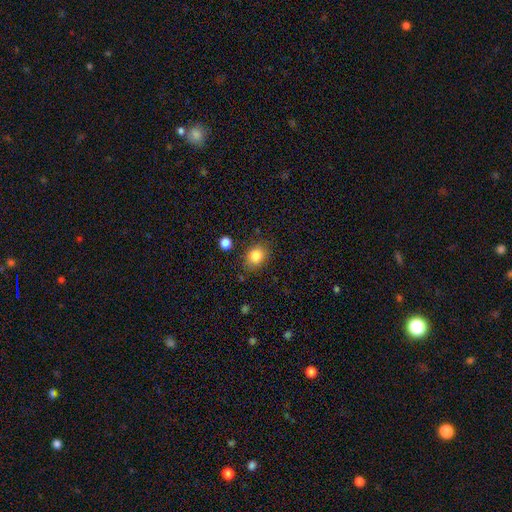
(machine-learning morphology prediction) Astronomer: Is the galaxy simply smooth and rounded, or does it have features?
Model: smooth — 84%.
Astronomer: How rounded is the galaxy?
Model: in between — 51% (runner-up: round, 48%).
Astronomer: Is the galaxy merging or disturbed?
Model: none — 79%.